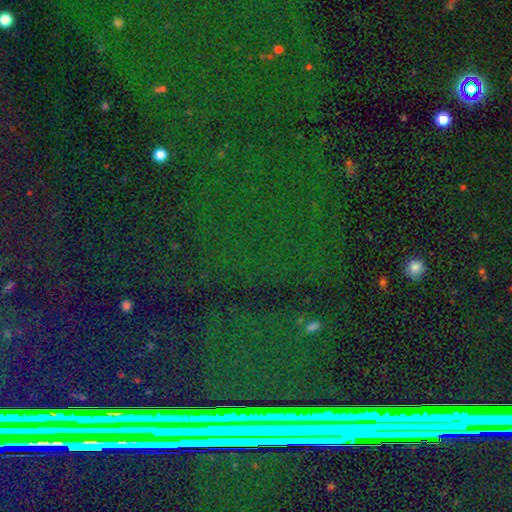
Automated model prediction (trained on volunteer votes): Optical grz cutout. It shows a star or artifact, not a galaxy (81%).